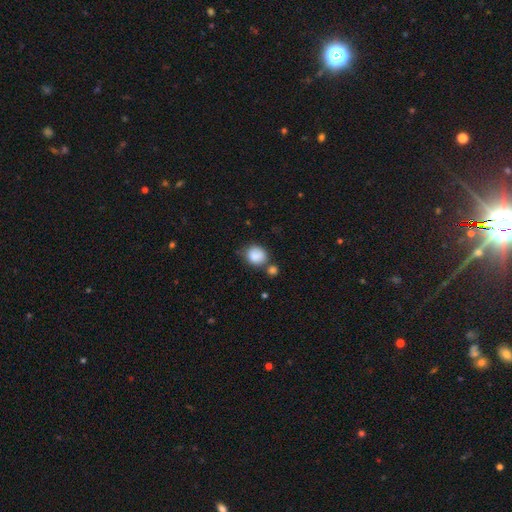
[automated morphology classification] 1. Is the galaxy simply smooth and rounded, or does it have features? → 87% smooth, 8% star or artifact, 5% featured or disk.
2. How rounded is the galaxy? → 71% round, 28% in between, 1% cigar-shaped.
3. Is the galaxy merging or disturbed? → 56% none, 19% minor disturbance, 19% merger, 6% major disturbance.